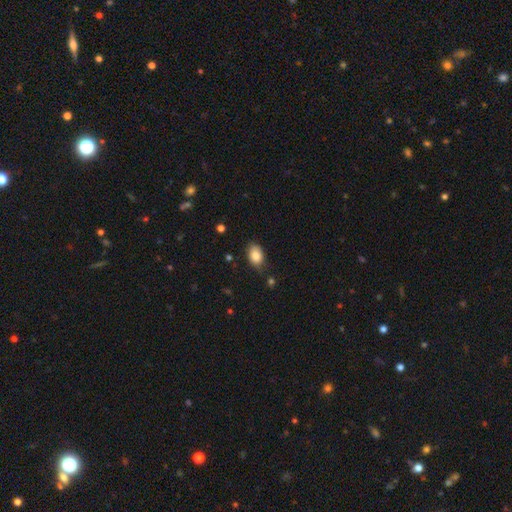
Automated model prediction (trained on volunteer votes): smooth 87%, star or artifact 8%, featured or disk 6%. Down the decision tree: how rounded — in between (86%); merging — none (76%).